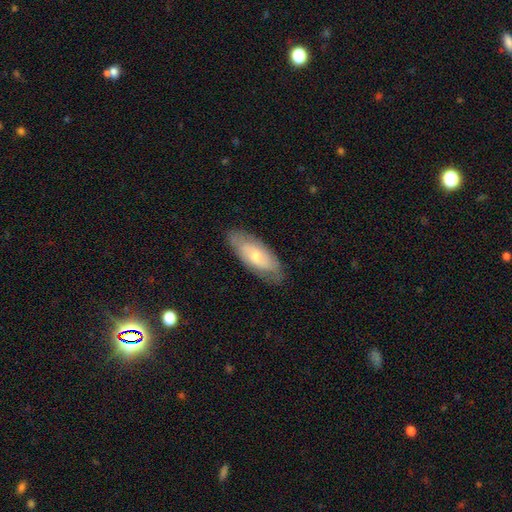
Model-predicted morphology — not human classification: Overall: smooth (51%; featured or disk 43%). How rounded: in between (79%). Merging: none (81%).